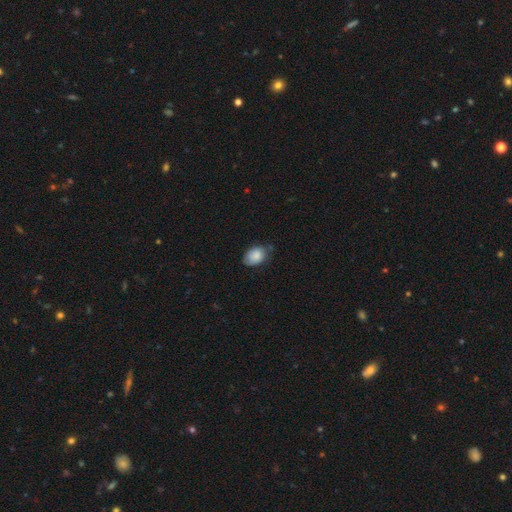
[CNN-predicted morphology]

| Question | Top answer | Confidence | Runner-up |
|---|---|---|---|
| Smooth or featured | smooth | 80% | featured or disk (13%) |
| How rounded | in between | 80% | round (19%) |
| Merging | none | 59% | minor disturbance (33%) |